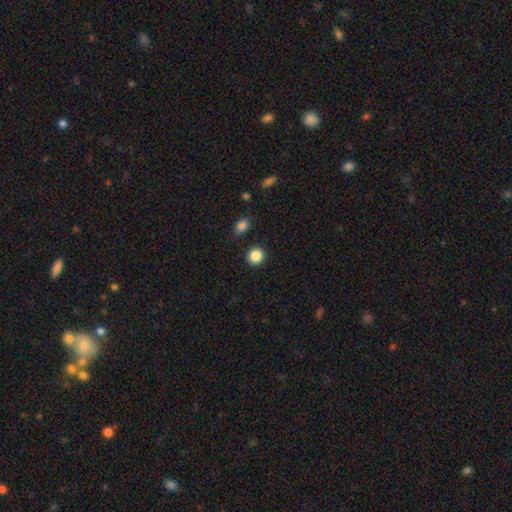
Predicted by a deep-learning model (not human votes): Q: Smooth or featured?
A: smooth (87%); runner-up: star or artifact (9%)
Q: How rounded?
A: round (91%); runner-up: in between (8%)
Q: Merging?
A: none (90%); runner-up: minor disturbance (6%)